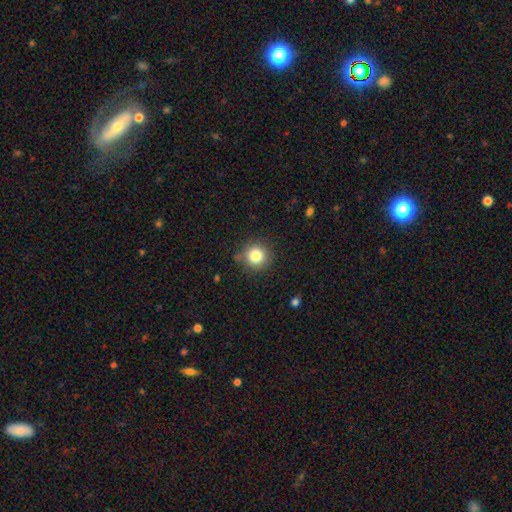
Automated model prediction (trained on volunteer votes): smooth_or_featured: smooth (p=0.82) [alt: star or artifact p=0.12]
how_rounded: round (p=0.93) [alt: in between p=0.07]
merging: none (p=0.85) [alt: minor disturbance p=0.10]